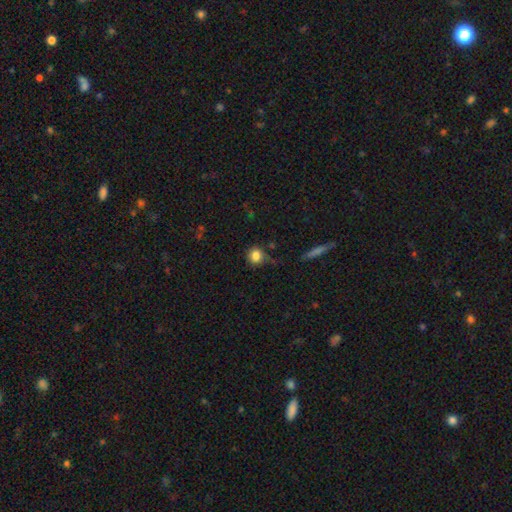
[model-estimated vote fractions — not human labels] Smooth or featured?
  - smooth: 83% *
  - star or artifact: 10%
  - featured or disk: 7%
How rounded?
  - round: 85% *
  - in between: 14%
  - cigar-shaped: 1%
Merging?
  - none: 69% *
  - minor disturbance: 20%
  - major disturbance: 6%
  - merger: 4%